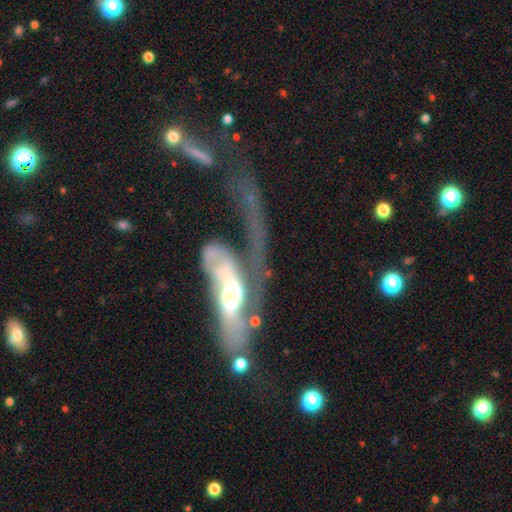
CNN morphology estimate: featured or disk 69%, smooth 23%, star or artifact 8%. Down the decision tree: edge-on disk — no (80%); bar — no (54%); spiral arms — yes (66%); bulge size — moderate (51%); merging — major disturbance (59%).